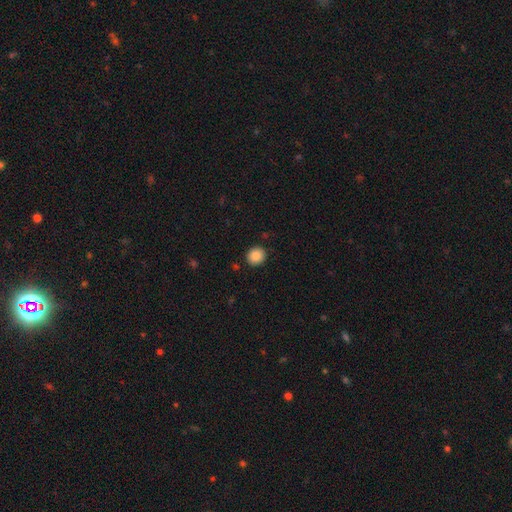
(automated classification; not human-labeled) Smooth or featured? smooth (88%)
How rounded? round (79%)
Merging? none (89%)